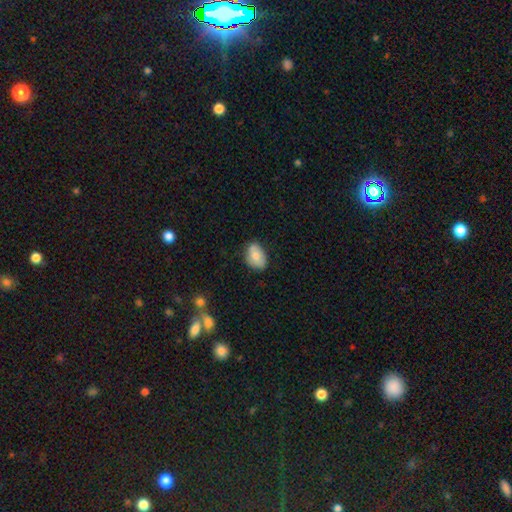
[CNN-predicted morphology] Overall: smooth (75%). How rounded: in between (84%). Merging: none (71%).